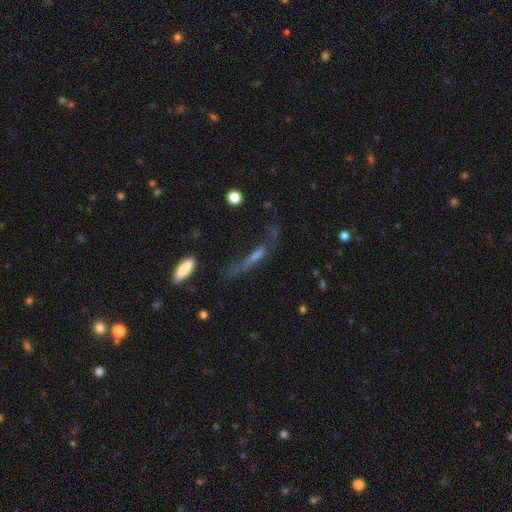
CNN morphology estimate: This is marginally a smooth galaxy (42%). Merging: marginally none (38%).